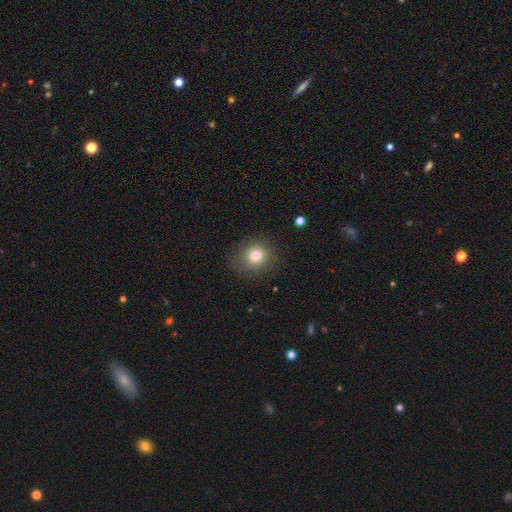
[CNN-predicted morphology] Smooth or featured: smooth — 80% (star or artifact — 12%)
How rounded: round — 82% (in between — 17%)
Merging: none — 83% (minor disturbance — 11%)